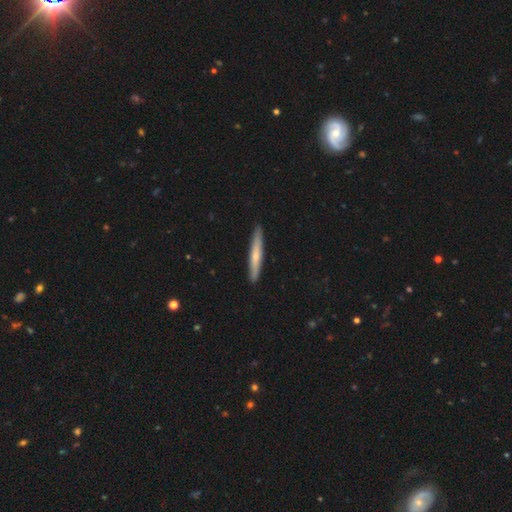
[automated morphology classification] A smooth galaxy with no disk features (56%) that is cigar-shaped (95%).

Vote fractions:
- Smooth or featured? smooth: 56% / featured or disk: 39% / star or artifact: 5%
- How rounded? cigar-shaped: 95% / in between: 4% / round: 1%
- Merging? none: 90% / minor disturbance: 7% / major disturbance: 1% / merger: 1%